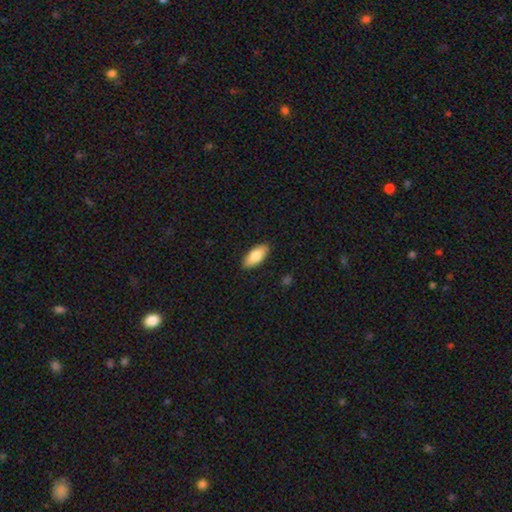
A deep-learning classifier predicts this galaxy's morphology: Q: Smooth or featured?
A: smooth (81%); runner-up: featured or disk (13%)
Q: How rounded?
A: in between (86%); runner-up: cigar-shaped (12%)
Q: Merging?
A: none (89%); runner-up: minor disturbance (8%)